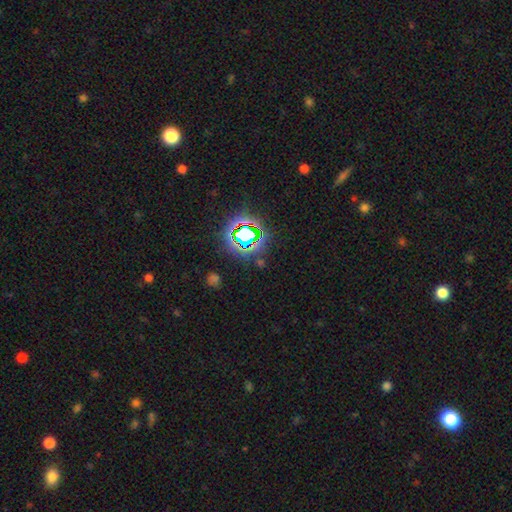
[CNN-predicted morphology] A star or artifact, not a galaxy (79%).

Vote fractions:
- Smooth or featured? star or artifact: 79% / smooth: 13% / featured or disk: 8%